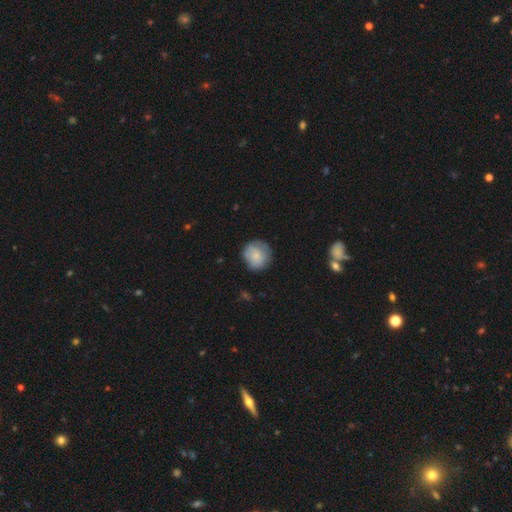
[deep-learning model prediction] A smooth galaxy with no disk features (69%) that is round (91%).

Vote fractions:
- Smooth or featured? smooth: 69% / featured or disk: 24% / star or artifact: 7%
- How rounded? round: 91% / in between: 8% / cigar-shaped: 1%
- Merging? none: 74% / minor disturbance: 19% / major disturbance: 6% / merger: 1%